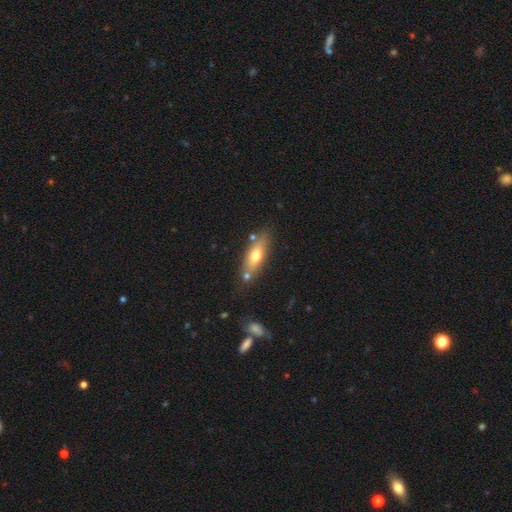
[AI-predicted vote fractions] This appears to be a smooth galaxy with no disk features (62%) that is in between round and cigar-shaped (57%). Merging: none (72%).